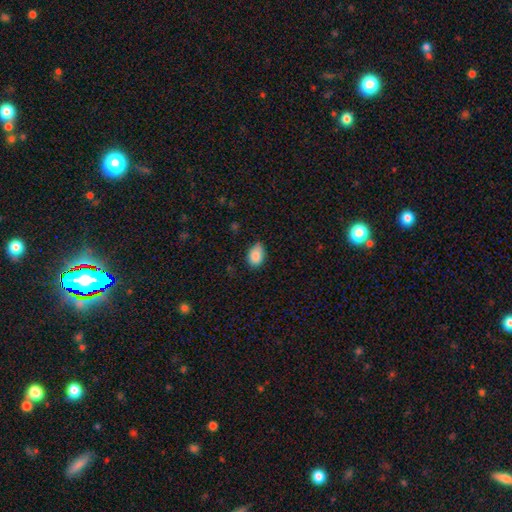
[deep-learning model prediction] Overall: smooth (88%). How rounded: in between (81%). Merging: none (67%; minor disturbance 28%).